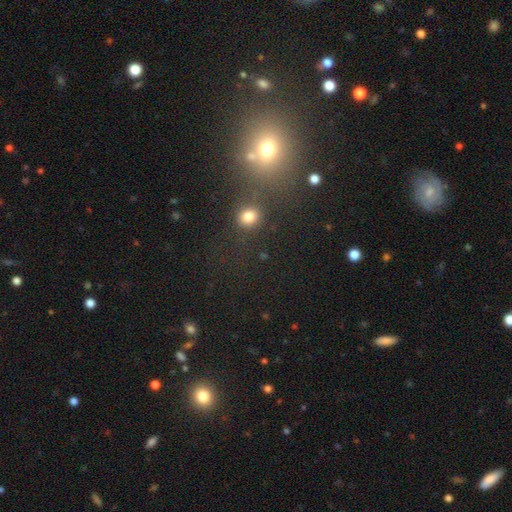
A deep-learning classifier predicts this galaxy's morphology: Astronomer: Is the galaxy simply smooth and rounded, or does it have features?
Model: star or artifact — 52% (runner-up: smooth, 39%).